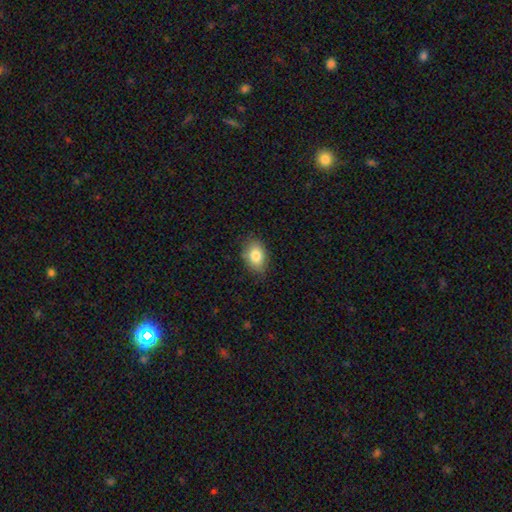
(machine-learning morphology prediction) A smooth galaxy with no disk features (83%) that is in between round and cigar-shaped (83%).

Vote fractions:
- Smooth or featured? smooth: 83% / featured or disk: 9% / star or artifact: 8%
- How rounded? in between: 83% / round: 15% / cigar-shaped: 1%
- Merging? none: 82% / minor disturbance: 14% / major disturbance: 3% / merger: 1%